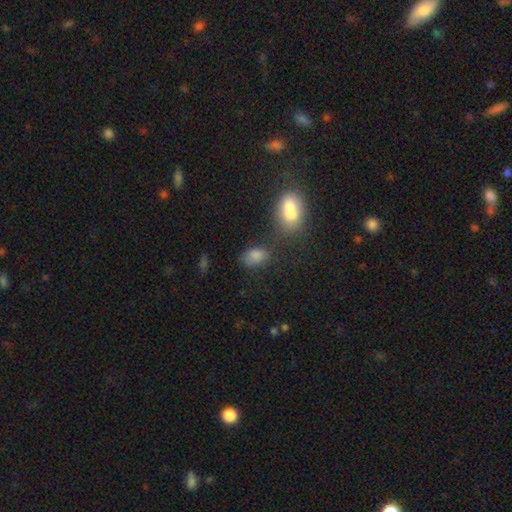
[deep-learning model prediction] Q: Smooth or featured?
A: smooth (81%); runner-up: star or artifact (12%)
Q: How rounded?
A: in between (82%); runner-up: round (16%)
Q: Merging?
A: none (62%); runner-up: minor disturbance (20%)